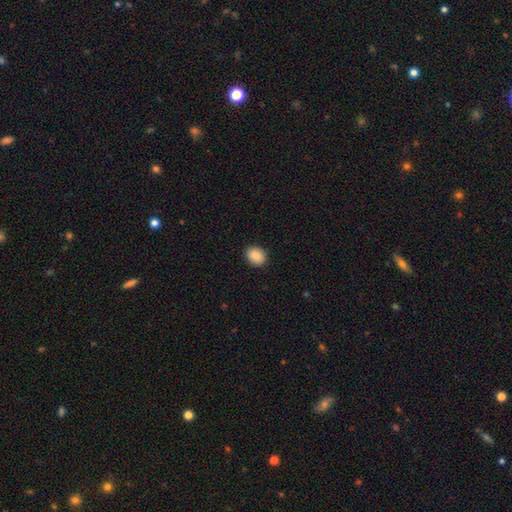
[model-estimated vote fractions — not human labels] smooth 90%, star or artifact 7%, featured or disk 3%. Down the decision tree: how rounded — in between (52%); merging — none (90%).